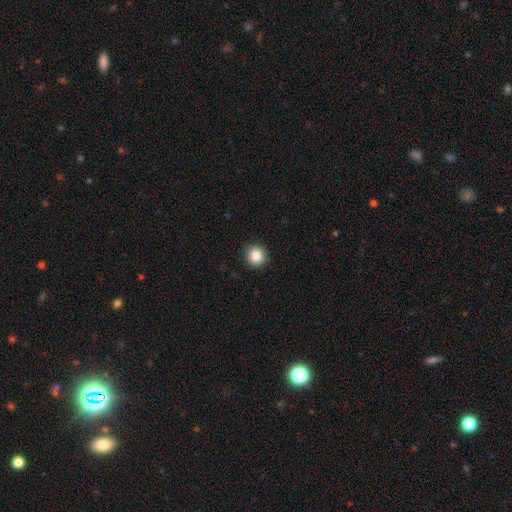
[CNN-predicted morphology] A smooth galaxy with no disk features (87%) that is round (92%). Merging: none (91%).